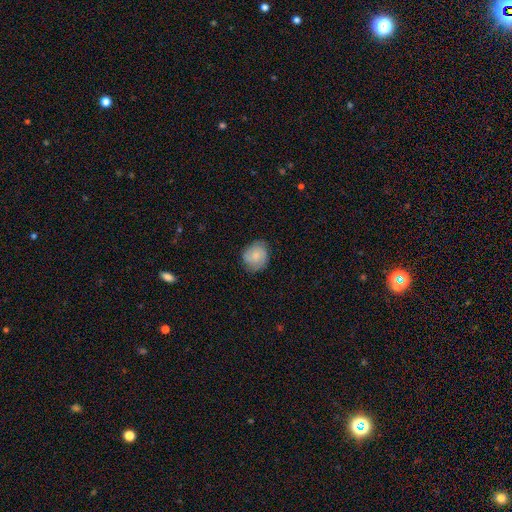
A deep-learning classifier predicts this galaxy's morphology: smooth_or_featured: smooth (p=0.66) [alt: featured or disk p=0.27]
how_rounded: round (p=0.68) [alt: in between p=0.31]
merging: none (p=0.75) [alt: minor disturbance p=0.20]